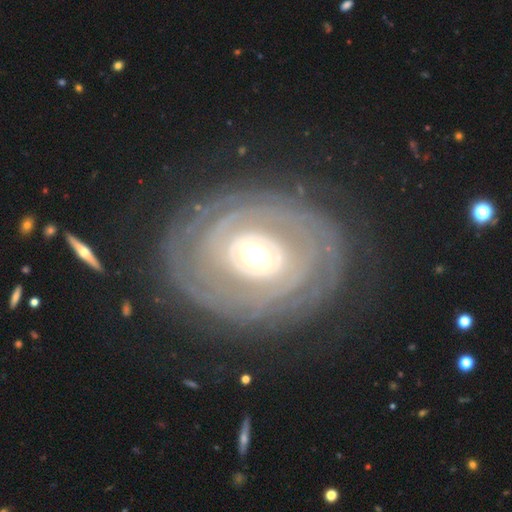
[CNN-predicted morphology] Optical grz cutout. It shows a featured or disk galaxy (86%) with no bar (37%), tight (85%) spiral arms (87%) and a moderate central bulge (66%). Merging: none (80%).